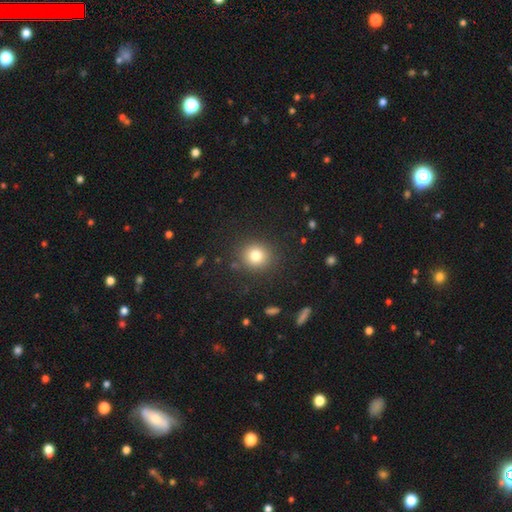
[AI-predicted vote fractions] Smooth or featured? smooth (80%)
How rounded? round (86%)
Merging? none (87%)